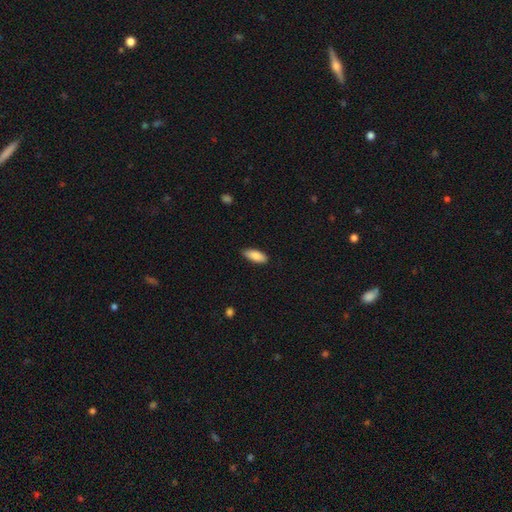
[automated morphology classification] This appears to be a smooth galaxy with no disk features (87%) that is in between round and cigar-shaped (82%). Merging: none (85%).